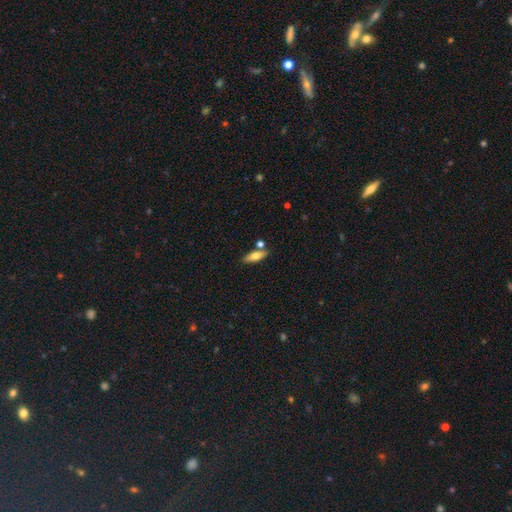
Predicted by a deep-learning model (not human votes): Smooth or featured: smooth — 71% (featured or disk — 22%)
How rounded: in between — 61% (cigar-shaped — 37%)
Merging: none — 73% (merger — 13%)